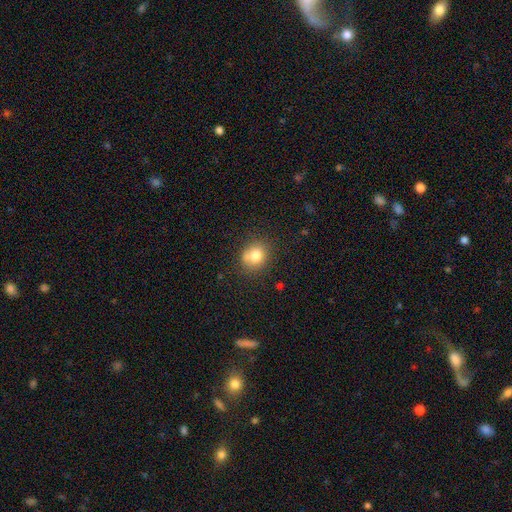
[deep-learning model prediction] smooth 78%, star or artifact 11%, featured or disk 11%. Down the decision tree: how rounded — round (69%); merging — none (67%).